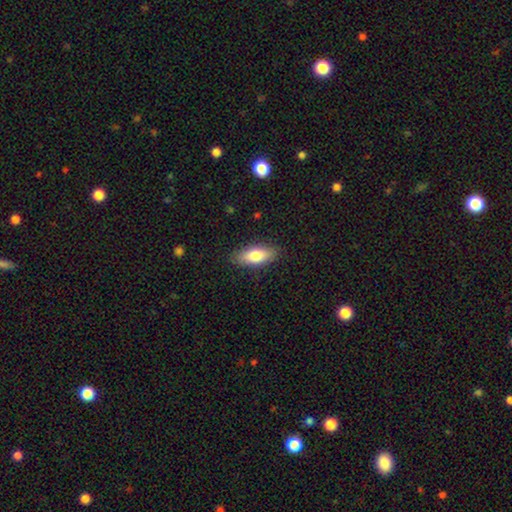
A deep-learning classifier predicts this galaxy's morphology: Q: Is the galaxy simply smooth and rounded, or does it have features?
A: smooth — 77%.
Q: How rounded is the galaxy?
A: in between — 77%.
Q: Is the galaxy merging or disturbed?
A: none — 87%.